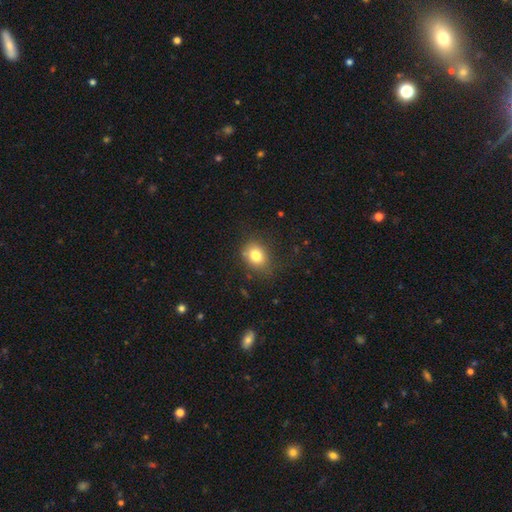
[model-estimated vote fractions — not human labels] smooth_or_featured: smooth (p=0.80) [alt: star or artifact p=0.11]
how_rounded: in between (p=0.52) [alt: round p=0.47]
merging: none (p=0.76) [alt: minor disturbance p=0.17]